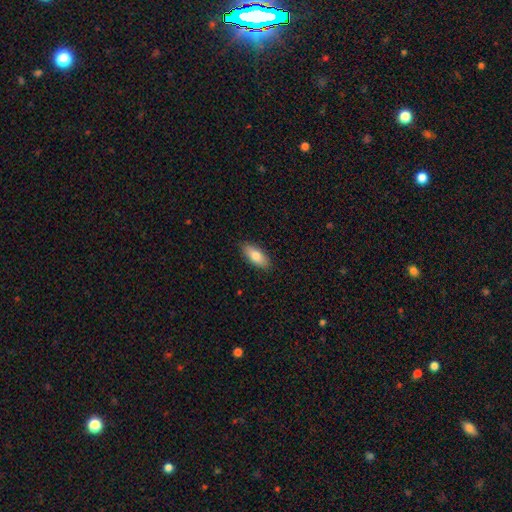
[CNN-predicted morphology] smooth_or_featured: smooth (p=0.80) [alt: featured or disk p=0.13]
how_rounded: in between (p=0.83) [alt: cigar-shaped p=0.15]
merging: none (p=0.88) [alt: minor disturbance p=0.09]